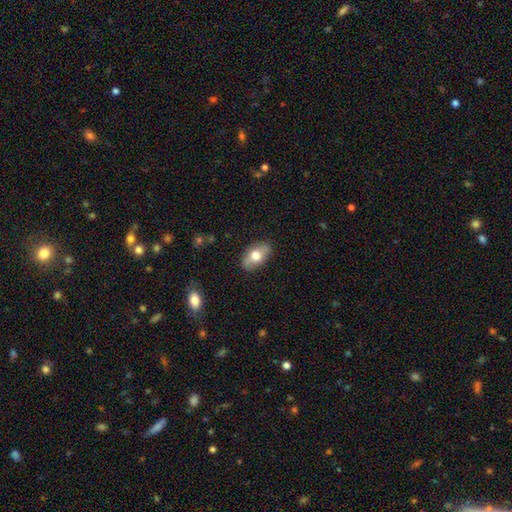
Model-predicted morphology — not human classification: A smooth galaxy with no disk features (67%) that is in between round and cigar-shaped (90%).

Vote fractions:
- Smooth or featured? smooth: 67% / featured or disk: 26% / star or artifact: 7%
- How rounded? in between: 90% / round: 7% / cigar-shaped: 3%
- Merging? none: 84% / minor disturbance: 12% / major disturbance: 3% / merger: 1%